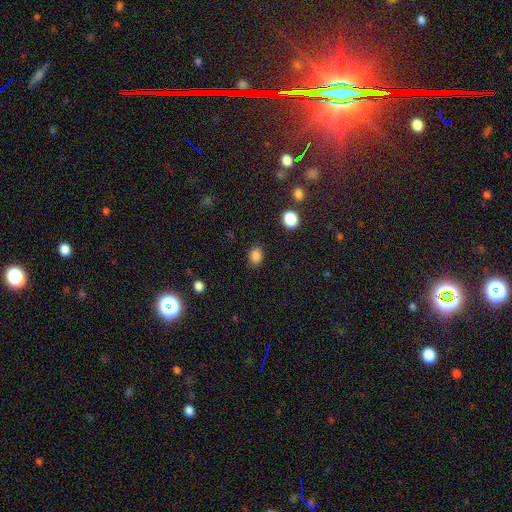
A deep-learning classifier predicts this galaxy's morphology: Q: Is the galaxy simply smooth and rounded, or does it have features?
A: smooth — 85%.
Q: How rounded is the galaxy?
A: in between — 61%.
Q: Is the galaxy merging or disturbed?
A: none — 86%.